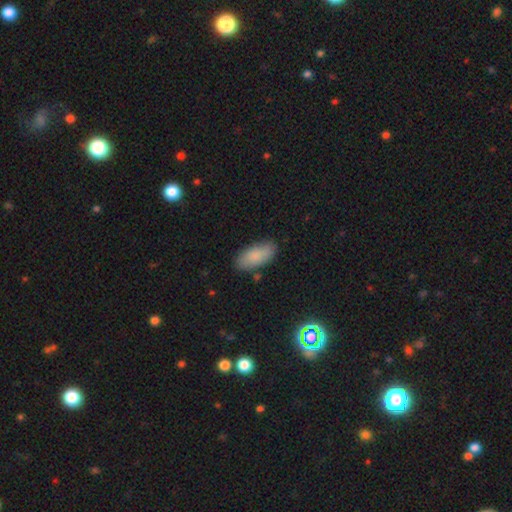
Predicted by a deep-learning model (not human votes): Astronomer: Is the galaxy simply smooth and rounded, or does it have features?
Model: smooth — 85%.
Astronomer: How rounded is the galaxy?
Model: in between — 87%.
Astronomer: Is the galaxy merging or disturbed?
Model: none — 82%.